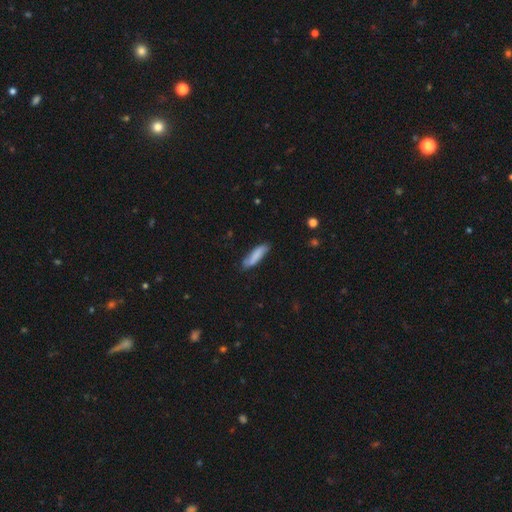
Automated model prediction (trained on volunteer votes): This is clearly a smooth galaxy (80%). How rounded: likely cigar-shaped (68%). Merging: likely none (75%).